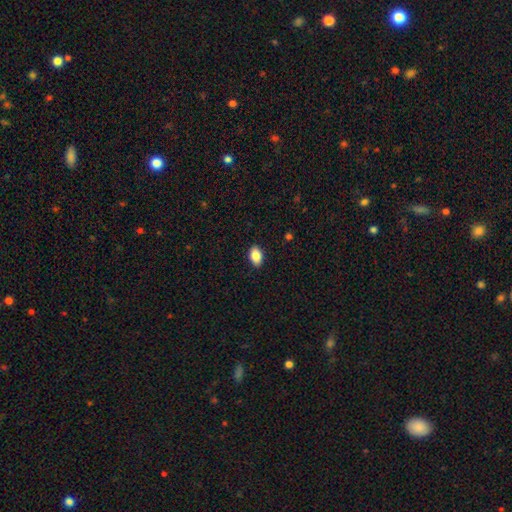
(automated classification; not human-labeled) smooth_or_featured: smooth (p=0.86) [alt: star or artifact p=0.08]
how_rounded: in between (p=0.89) [alt: round p=0.09]
merging: none (p=0.88) [alt: minor disturbance p=0.09]